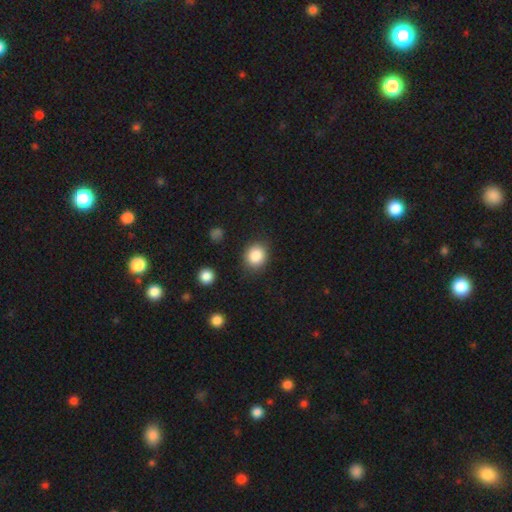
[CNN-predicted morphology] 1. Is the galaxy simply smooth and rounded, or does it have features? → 86% smooth, 9% star or artifact, 4% featured or disk.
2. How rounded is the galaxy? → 77% round, 22% in between, 1% cigar-shaped.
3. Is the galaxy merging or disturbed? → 85% none, 10% minor disturbance, 3% major disturbance, 2% merger.